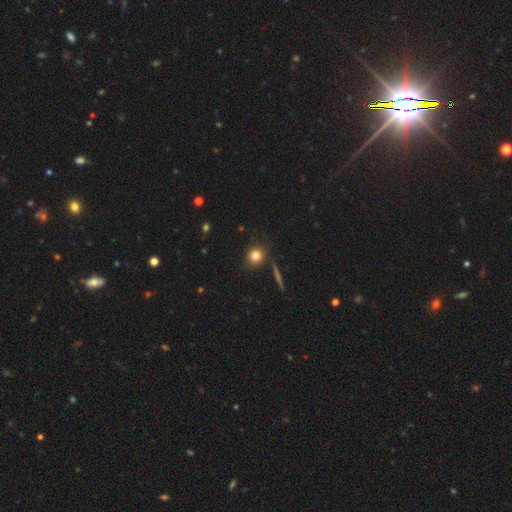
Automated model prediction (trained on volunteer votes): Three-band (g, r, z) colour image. It shows a smooth galaxy with no disk features (79%) that is round (87%). Merging: none (83%).